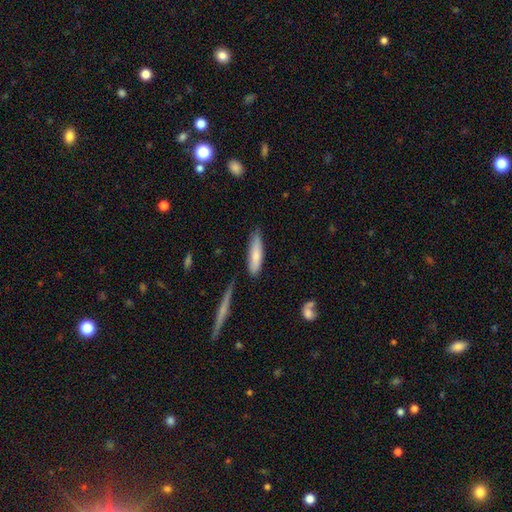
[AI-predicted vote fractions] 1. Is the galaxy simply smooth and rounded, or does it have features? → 75% smooth, 19% featured or disk, 6% star or artifact.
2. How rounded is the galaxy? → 67% cigar-shaped, 31% in between, 2% round.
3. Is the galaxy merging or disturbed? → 72% none, 20% minor disturbance, 5% merger, 4% major disturbance.